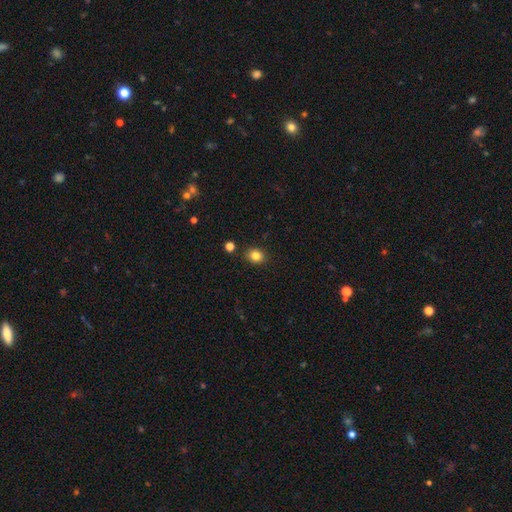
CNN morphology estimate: smooth_or_featured: smooth (p=0.83) [alt: star or artifact p=0.12]
how_rounded: round (p=0.64) [alt: in between p=0.35]
merging: none (p=0.87) [alt: minor disturbance p=0.08]